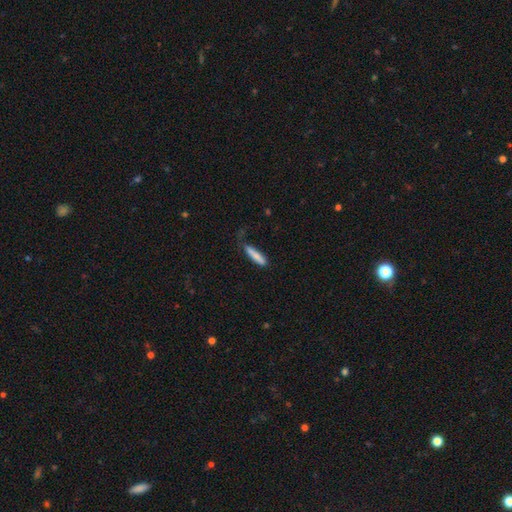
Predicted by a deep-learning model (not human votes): Smooth or featured? Predicted: smooth (p=0.79). How rounded? Predicted: cigar-shaped (p=0.81). Merging? Predicted: none (p=0.58).